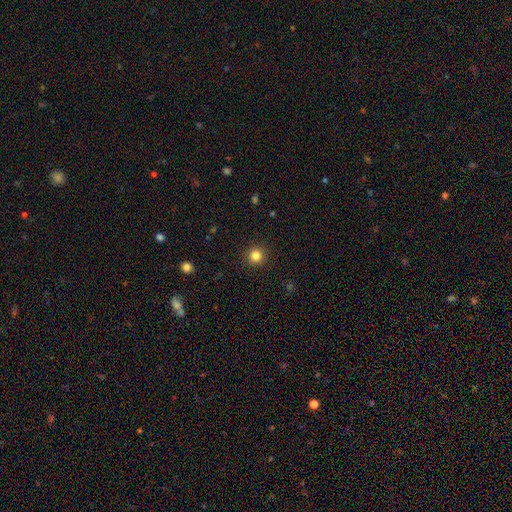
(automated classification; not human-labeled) smooth_or_featured: smooth (p=0.83) [alt: star or artifact p=0.12]
how_rounded: round (p=0.94) [alt: in between p=0.05]
merging: none (p=0.92) [alt: minor disturbance p=0.05]